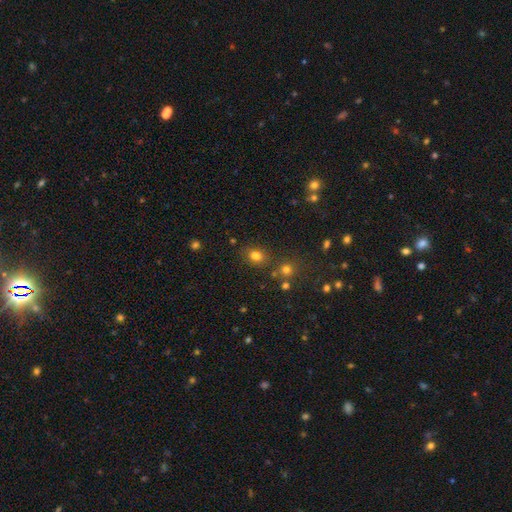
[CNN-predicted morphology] Q: Smooth or featured?
A: smooth (78%); runner-up: star or artifact (15%)
Q: How rounded?
A: in between (53%); runner-up: round (46%)
Q: Merging?
A: none (74%); runner-up: minor disturbance (12%)